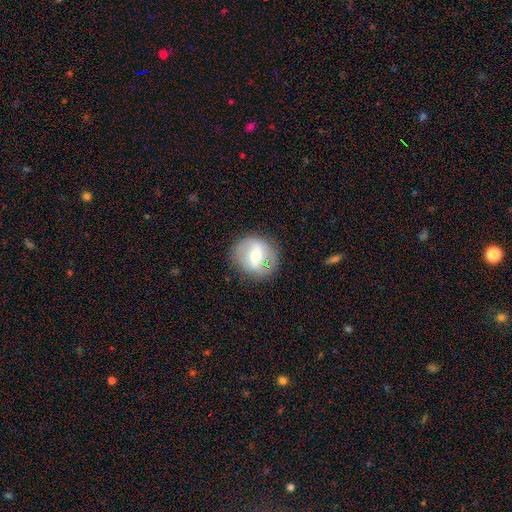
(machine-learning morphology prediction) A featured or disk galaxy (58%) with a strong bar (46%), no spiral arms (59%) and a moderate central bulge (66%).

Vote fractions:
- Smooth or featured? featured or disk: 58% / smooth: 34% / star or artifact: 8%
- Edge-on disk? no: 90% / yes: 10%
- Bar? strong: 46% / weak: 37% / no: 16%
- Spiral arms? no: 59% / yes: 41%
- Bulge size? moderate: 66% / small: 24% / large: 7% / dominant: 1% / none: 1%
- Merging? none: 82% / minor disturbance: 12% / major disturbance: 5% / merger: 2%